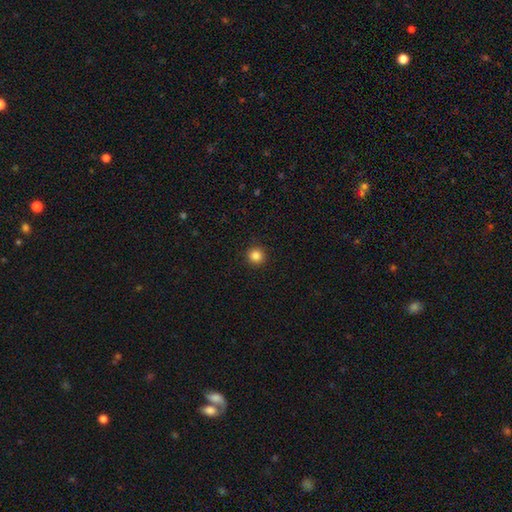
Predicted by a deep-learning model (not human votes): Smooth or featured? Predicted: smooth (p=0.85). How rounded? Predicted: round (p=0.95). Merging? Predicted: none (p=0.92).